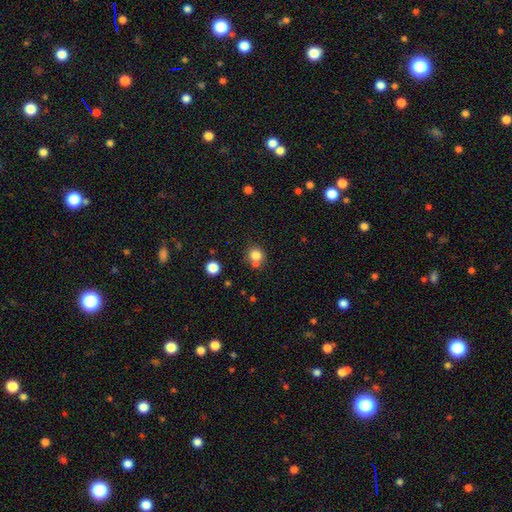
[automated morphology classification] Smooth or featured? Predicted: smooth (p=0.80). How rounded? Predicted: round (p=0.83). Merging? Predicted: none (p=0.58).